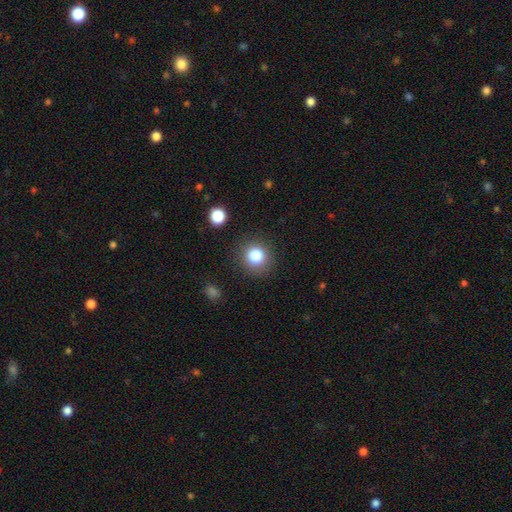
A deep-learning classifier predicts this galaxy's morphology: This is clearly a smooth galaxy (82%). How rounded: clearly round (89%). Merging: clearly none (85%).